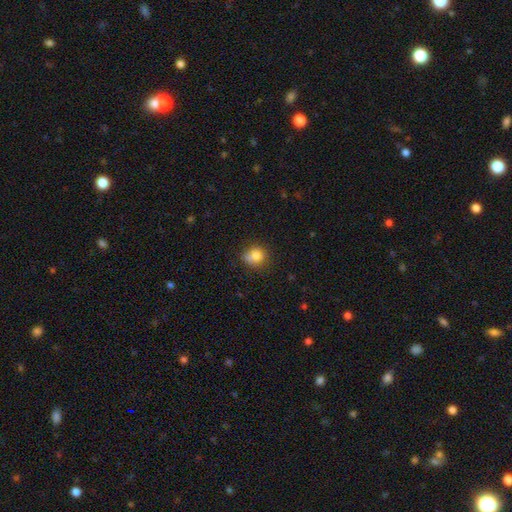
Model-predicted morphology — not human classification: This is clearly a smooth galaxy (81%). How rounded: likely round (78%). Merging: likely none (67%).